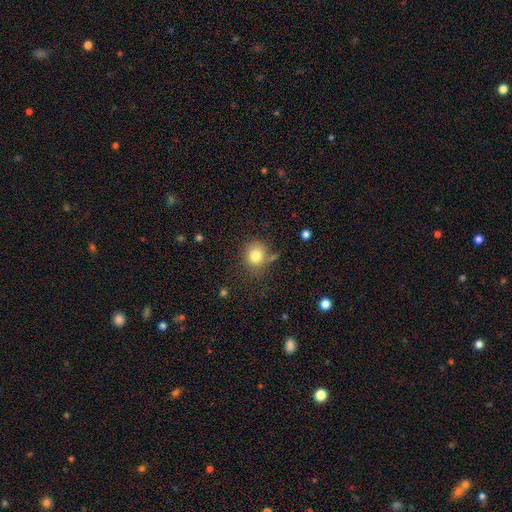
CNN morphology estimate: A smooth galaxy with no disk features (80%) that is round (79%). Merging: none (69%).